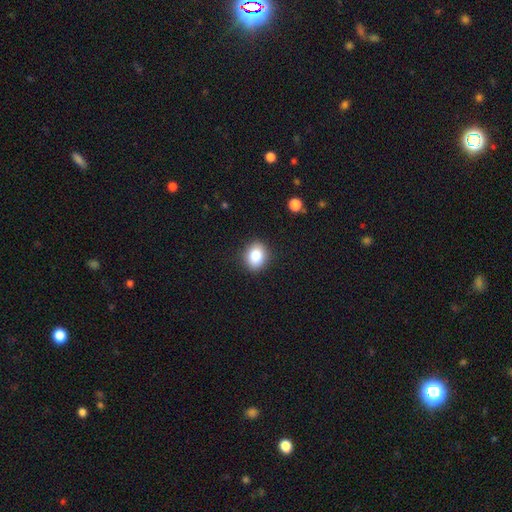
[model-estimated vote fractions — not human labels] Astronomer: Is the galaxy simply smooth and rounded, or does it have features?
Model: smooth — 83%.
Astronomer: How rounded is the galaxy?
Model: round — 57% (runner-up: in between, 42%).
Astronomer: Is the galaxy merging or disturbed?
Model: none — 90%.